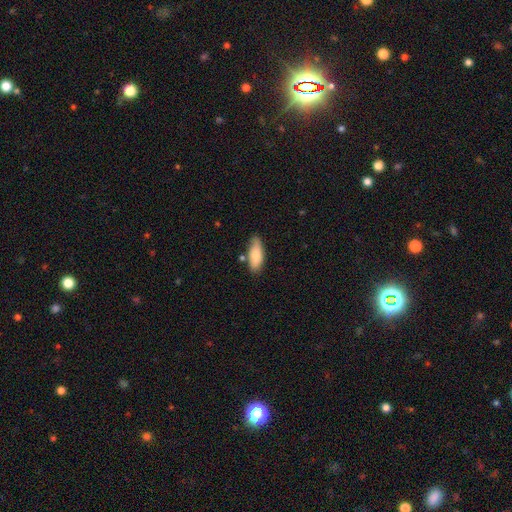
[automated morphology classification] smooth_or_featured: smooth (p=0.79) [alt: featured or disk p=0.14]
how_rounded: in between (p=0.74) [alt: cigar-shaped p=0.24]
merging: none (p=0.69) [alt: minor disturbance p=0.21]